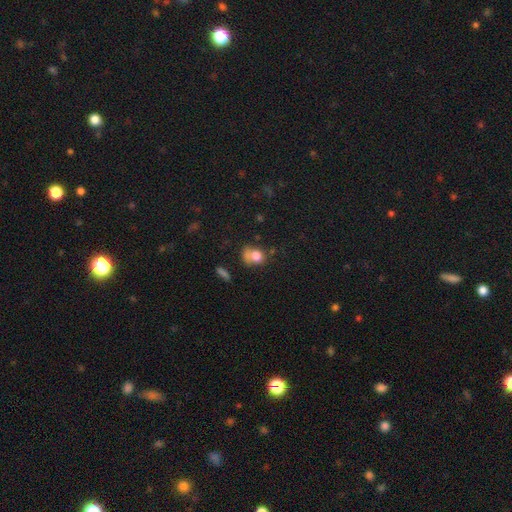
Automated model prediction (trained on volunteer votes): Smooth or featured?
  - smooth: 75% *
  - featured or disk: 13%
  - star or artifact: 12%
How rounded?
  - round: 57% *
  - in between: 42%
  - cigar-shaped: 1%
Merging?
  - none: 39% *
  - minor disturbance: 25%
  - major disturbance: 20%
  - merger: 16%